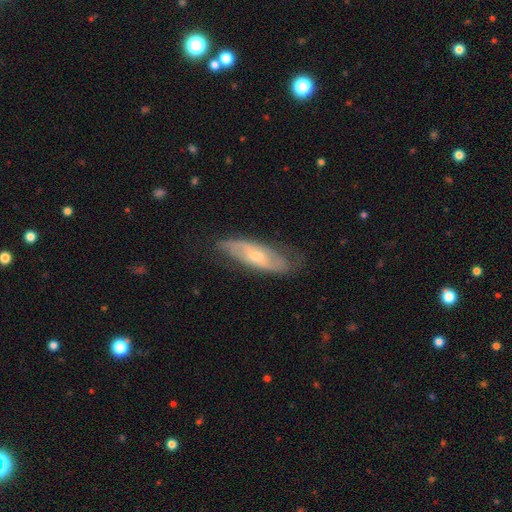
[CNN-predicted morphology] Smooth or featured? Predicted: featured or disk (p=0.68). Edge-on disk? Predicted: no (p=0.76). Bar? Predicted: no (p=0.49). Spiral arms? Predicted: yes (p=0.80). Bulge size? Predicted: moderate (p=0.51). Merging? Predicted: none (p=0.70).